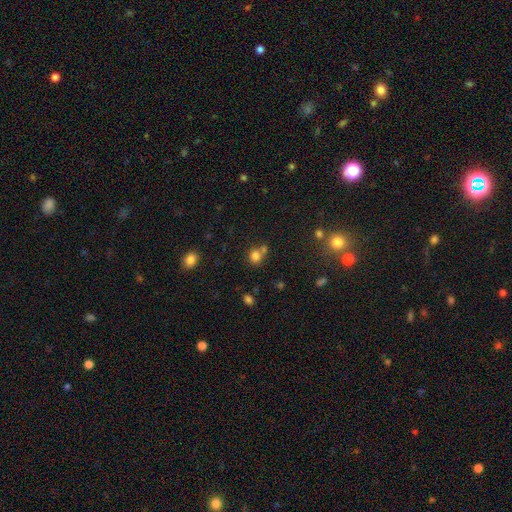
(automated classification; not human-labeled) smooth-or-featured: smooth: 78% | star or artifact: 14% | featured or disk: 7%
  how-rounded: round: 79% | in between: 20% | cigar-shaped: 1%
  merging: none: 54% | merger: 33% | minor disturbance: 10% | major disturbance: 4%